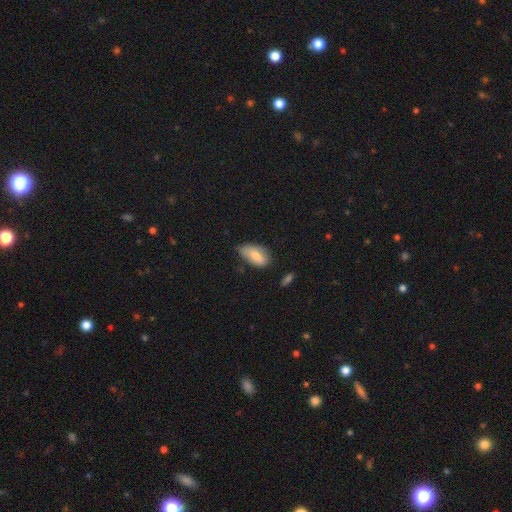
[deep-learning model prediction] Q: Smooth or featured?
A: smooth (79%); runner-up: featured or disk (14%)
Q: How rounded?
A: in between (91%); runner-up: cigar-shaped (6%)
Q: Merging?
A: none (55%); runner-up: minor disturbance (36%)